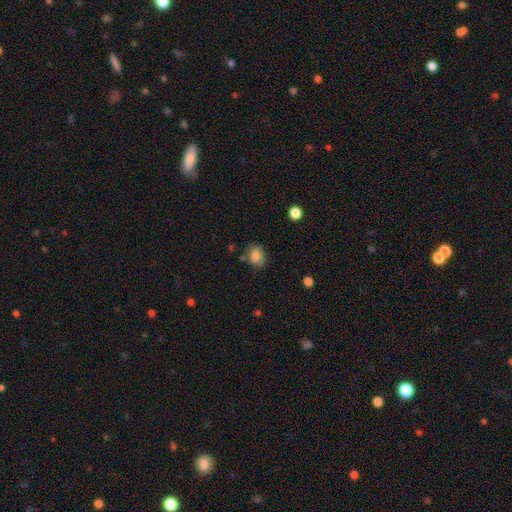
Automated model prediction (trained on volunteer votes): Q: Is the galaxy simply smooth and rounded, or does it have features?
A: smooth — 83%.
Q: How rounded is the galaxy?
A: round — 51%.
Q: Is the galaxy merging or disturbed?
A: none — 75%.